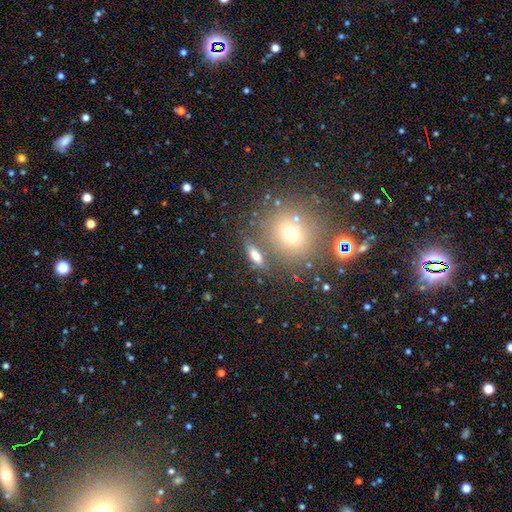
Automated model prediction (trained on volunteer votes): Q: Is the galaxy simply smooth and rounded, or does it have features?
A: smooth — 69%.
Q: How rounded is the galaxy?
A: in between — 55%.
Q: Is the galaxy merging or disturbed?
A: none — 74%.